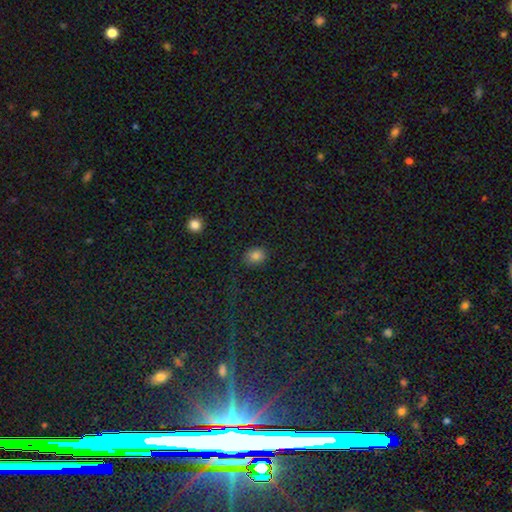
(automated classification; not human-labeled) Smooth or featured: smooth — 83% (star or artifact — 12%)
How rounded: round — 53% (in between — 46%)
Merging: none — 83% (minor disturbance — 12%)